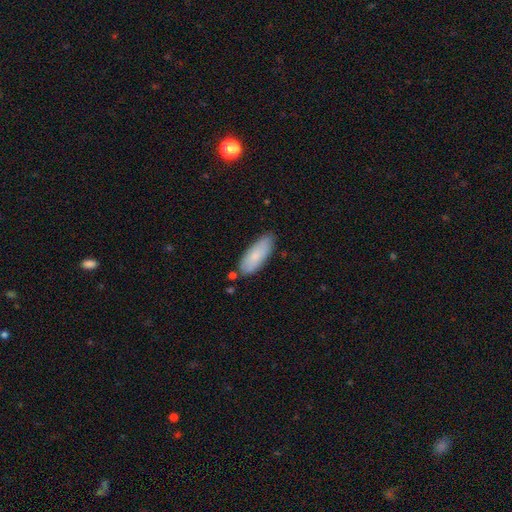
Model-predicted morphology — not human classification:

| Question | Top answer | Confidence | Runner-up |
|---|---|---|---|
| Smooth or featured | smooth | 81% | featured or disk (14%) |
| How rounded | in between | 74% | cigar-shaped (25%) |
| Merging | none | 79% | minor disturbance (16%) |